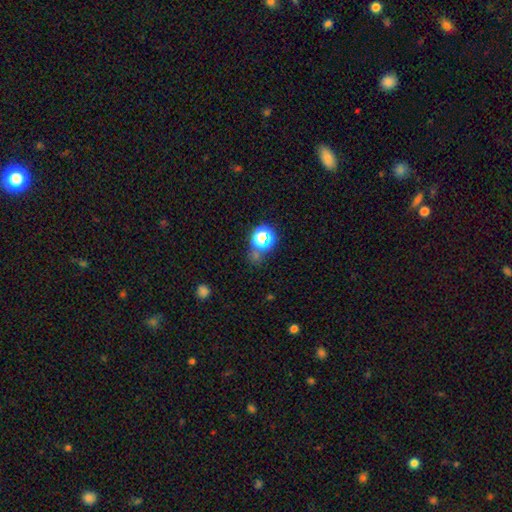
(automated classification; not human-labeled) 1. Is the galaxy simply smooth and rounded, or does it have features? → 47% star or artifact, 45% smooth, 8% featured or disk.